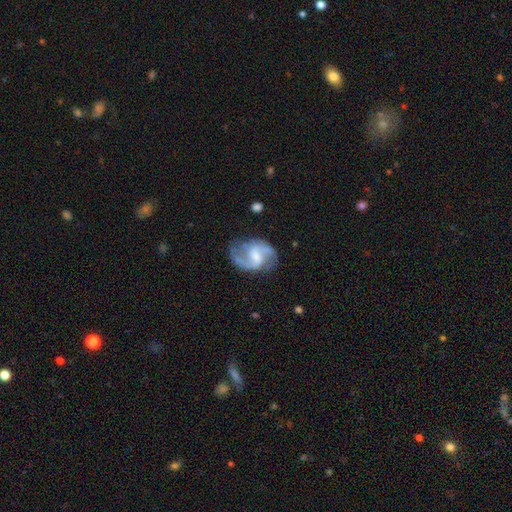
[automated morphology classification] type=featured or disk (86%); edge-on=no (98%); bar=weak (56%); spiral arms=yes (96%); winding=medium (50%); arm count=2 (90%); bulge=moderate (34%, tied with small); merging=none (69%).